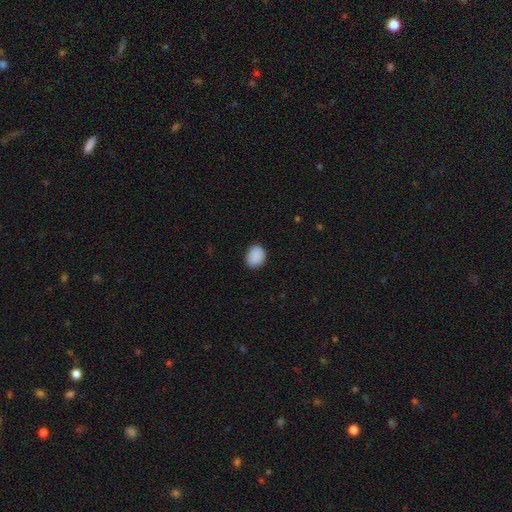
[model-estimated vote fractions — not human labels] Smooth or featured? Predicted: smooth (p=0.90). How rounded? Predicted: in between (p=0.50). Merging? Predicted: none (p=0.86).